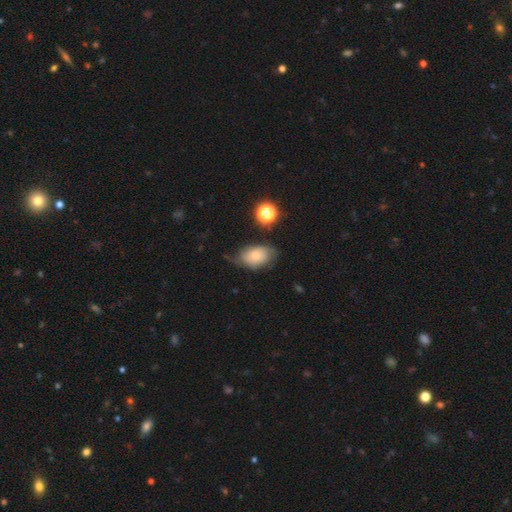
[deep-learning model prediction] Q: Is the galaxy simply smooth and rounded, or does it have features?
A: smooth — 65%.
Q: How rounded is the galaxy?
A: in between — 82%.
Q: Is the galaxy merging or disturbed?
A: none — 46%.